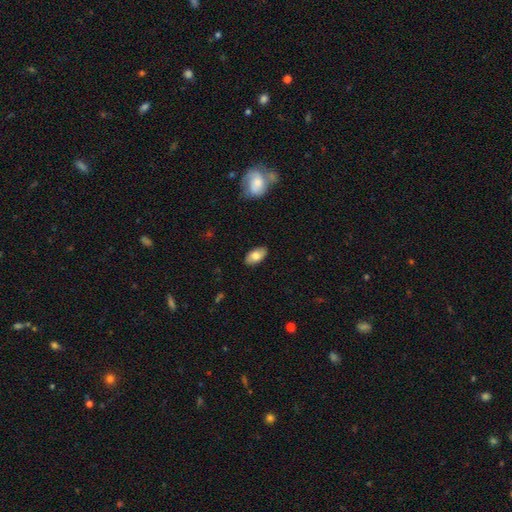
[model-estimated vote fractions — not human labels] Q: Smooth or featured?
A: smooth (78%); runner-up: featured or disk (16%)
Q: How rounded?
A: in between (94%); runner-up: round (3%)
Q: Merging?
A: none (87%); runner-up: minor disturbance (10%)